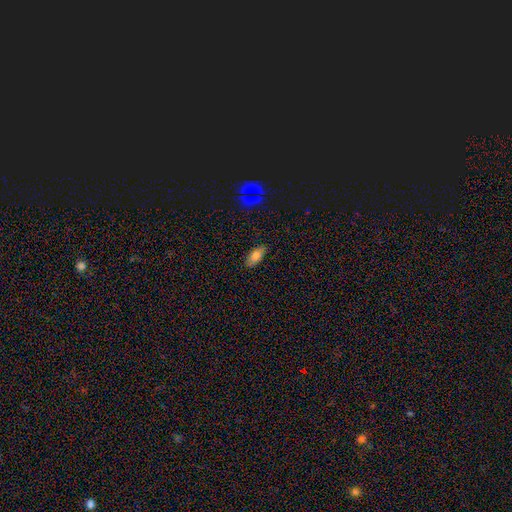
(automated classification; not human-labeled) Smooth or featured? smooth (78%)
How rounded? in between (87%)
Merging? none (87%)